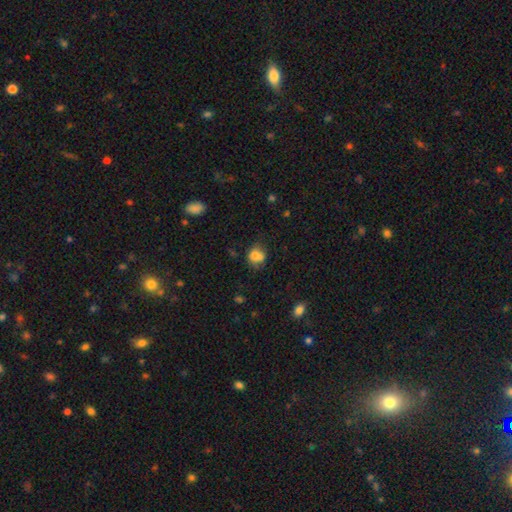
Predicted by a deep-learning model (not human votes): smooth-or-featured: smooth: 72% | featured or disk: 16% | star or artifact: 12%
  how-rounded: round: 67% | in between: 32% | cigar-shaped: 1%
  merging: none: 42% | merger: 34% | minor disturbance: 17% | major disturbance: 7%